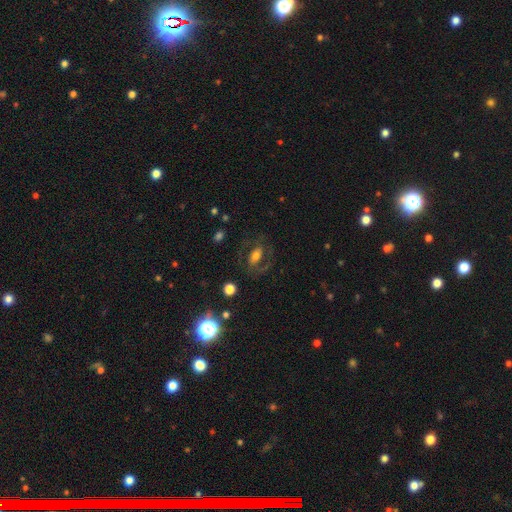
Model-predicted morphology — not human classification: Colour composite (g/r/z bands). It shows a featured or disk galaxy (48%). Merging: none (67%).